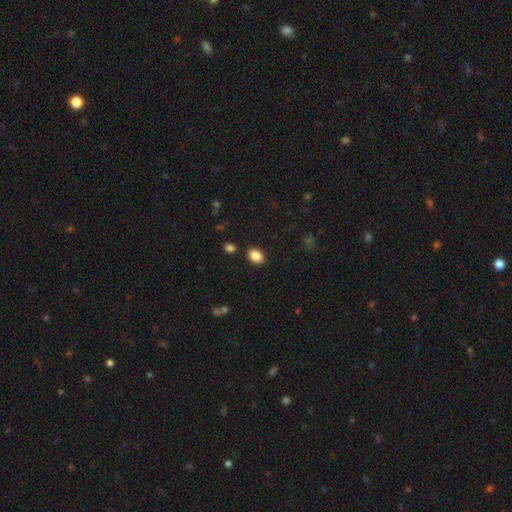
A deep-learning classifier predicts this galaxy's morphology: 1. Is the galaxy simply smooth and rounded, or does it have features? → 87% smooth, 9% star or artifact, 4% featured or disk.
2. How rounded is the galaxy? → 77% in between, 22% round, 1% cigar-shaped.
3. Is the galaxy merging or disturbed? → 87% none, 8% minor disturbance, 3% merger, 2% major disturbance.